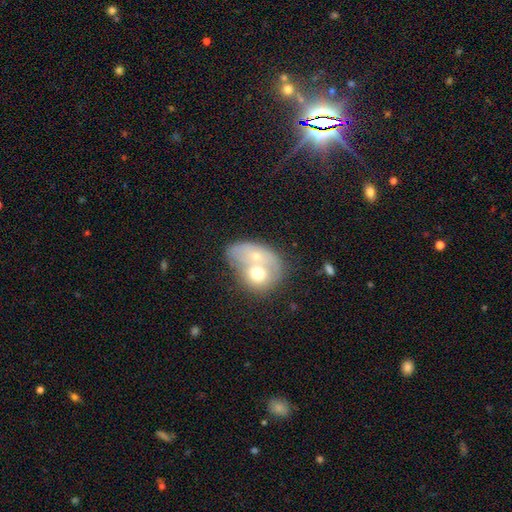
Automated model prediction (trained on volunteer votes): Q: Smooth or featured?
A: smooth (54%); runner-up: featured or disk (38%)
Q: How rounded?
A: in between (58%); runner-up: round (40%)
Q: Merging?
A: merger (75%); runner-up: none (13%)